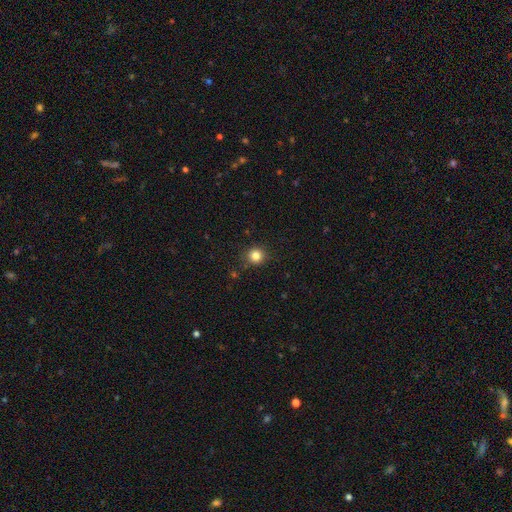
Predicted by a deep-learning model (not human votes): Smooth or featured? smooth (83%)
How rounded? round (93%)
Merging? none (88%)